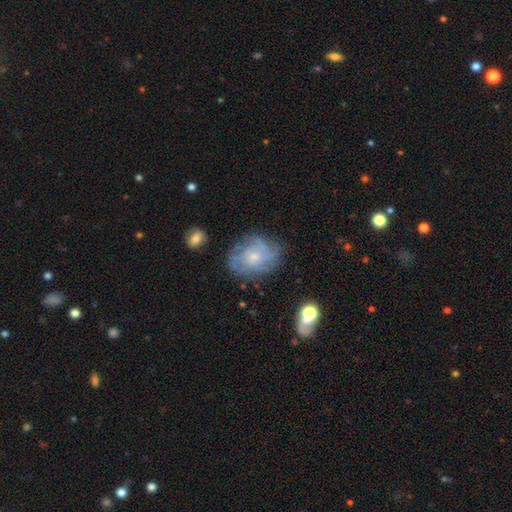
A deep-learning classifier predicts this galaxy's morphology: type=featured or disk (67%); edge-on=no (97%); bar=no (80%); spiral arms=yes (84%); winding=tight (50%); arm count=can't tell (47%); bulge=small (68%); merging=none (69%).